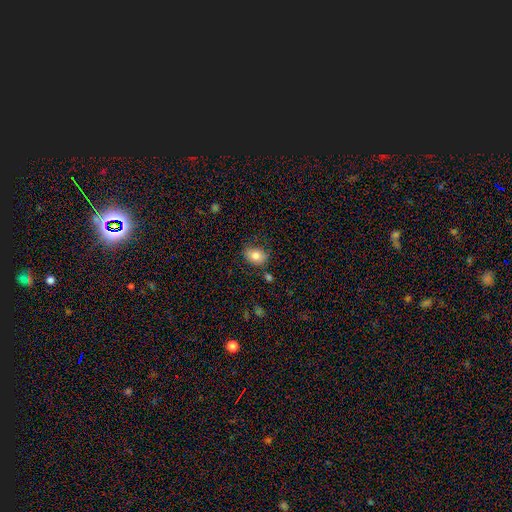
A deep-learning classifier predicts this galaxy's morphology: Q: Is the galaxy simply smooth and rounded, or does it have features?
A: smooth — 81%.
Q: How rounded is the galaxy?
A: in between — 72%.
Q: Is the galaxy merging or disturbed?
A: none — 74%.